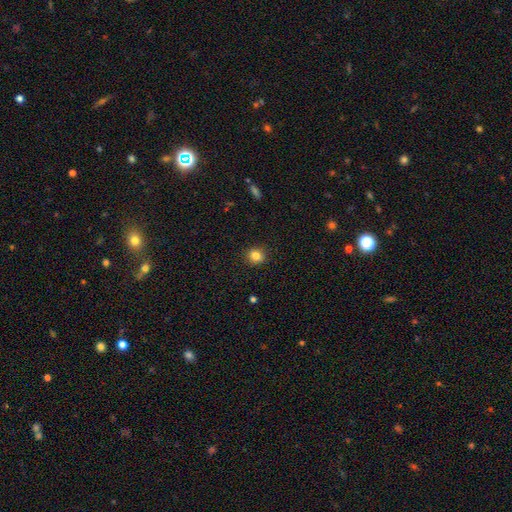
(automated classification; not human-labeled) Smooth or featured?
  - smooth: 83% *
  - star or artifact: 11%
  - featured or disk: 6%
How rounded?
  - round: 82% *
  - in between: 17%
  - cigar-shaped: 1%
Merging?
  - none: 91% *
  - minor disturbance: 6%
  - major disturbance: 2%
  - merger: 1%